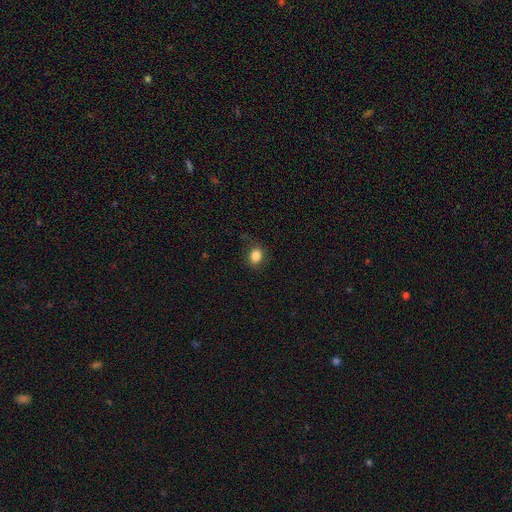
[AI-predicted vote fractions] A smooth galaxy with no disk features (85%) that is round (52%).

Vote fractions:
- Smooth or featured? smooth: 85% / star or artifact: 10% / featured or disk: 5%
- How rounded? round: 52% / in between: 47% / cigar-shaped: 1%
- Merging? none: 82% / minor disturbance: 13% / major disturbance: 4% / merger: 1%